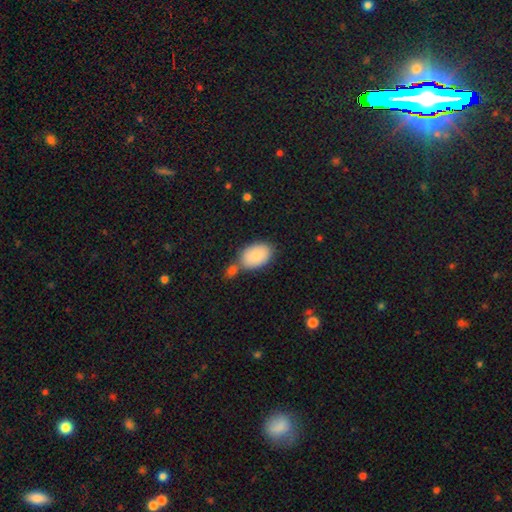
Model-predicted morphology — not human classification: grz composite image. It shows a smooth galaxy with no disk features (84%) that is in between round and cigar-shaped (90%). Merging: none (57%).